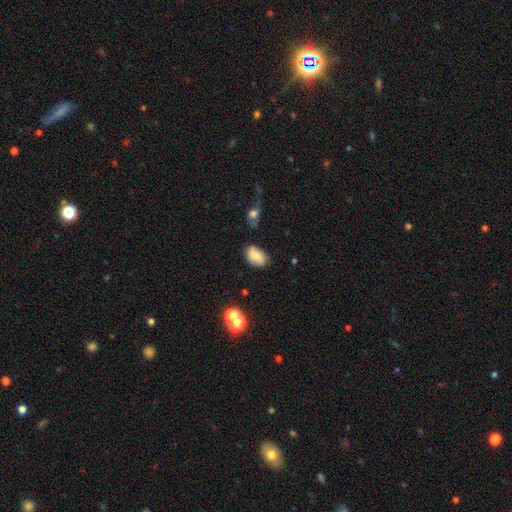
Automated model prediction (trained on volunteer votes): Smooth or featured: smooth — 67% (featured or disk — 23%)
How rounded: in between — 86% (round — 13%)
Merging: none — 73% (minor disturbance — 19%)